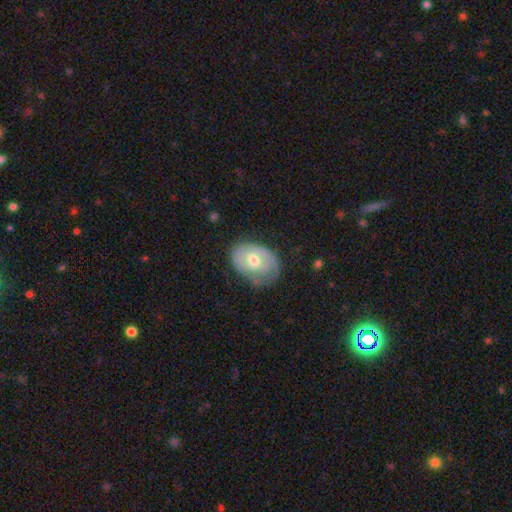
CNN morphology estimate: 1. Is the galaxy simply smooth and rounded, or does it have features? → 62% featured or disk, 31% smooth, 7% star or artifact.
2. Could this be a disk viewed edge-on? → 95% no, 5% yes.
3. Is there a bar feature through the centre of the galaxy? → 63% no, 30% weak, 6% strong.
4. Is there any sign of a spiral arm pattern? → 69% yes, 31% no.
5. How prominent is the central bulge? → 75% moderate, 16% small, 6% large, 1% none, 1% dominant.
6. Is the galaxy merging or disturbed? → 63% none, 27% minor disturbance, 9% major disturbance, 1% merger.